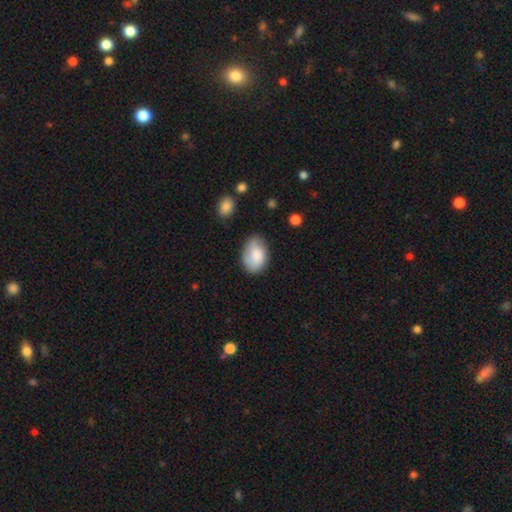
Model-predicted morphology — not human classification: This is likely a smooth galaxy (78%). How rounded: clearly in between (85%). Merging: likely none (65%).